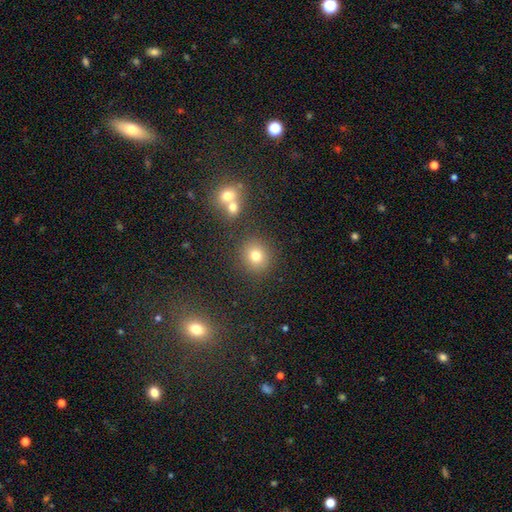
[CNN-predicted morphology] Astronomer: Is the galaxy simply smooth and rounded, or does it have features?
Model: smooth — 76%.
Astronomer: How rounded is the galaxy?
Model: round — 84%.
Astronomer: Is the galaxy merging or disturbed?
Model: none — 82%.